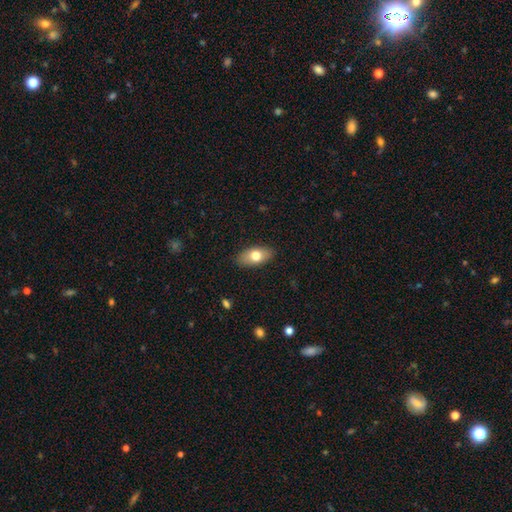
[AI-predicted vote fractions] Smooth or featured?
  - smooth: 72% *
  - featured or disk: 21%
  - star or artifact: 7%
How rounded?
  - in between: 88% *
  - cigar-shaped: 6%
  - round: 5%
Merging?
  - none: 86% *
  - minor disturbance: 10%
  - major disturbance: 2%
  - merger: 1%